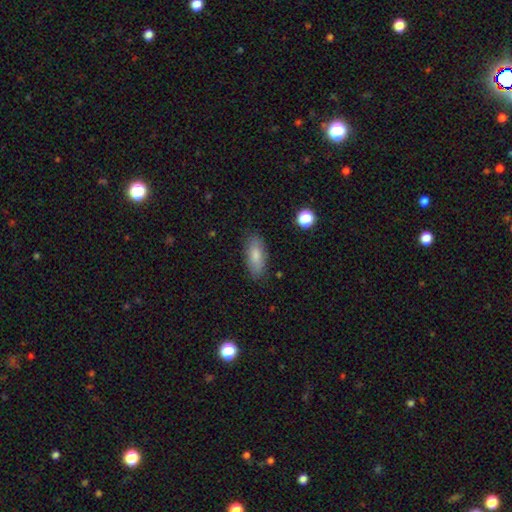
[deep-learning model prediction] Smooth or featured? Predicted: smooth (p=0.82). How rounded? Predicted: in between (p=0.81). Merging? Predicted: none (p=0.83).